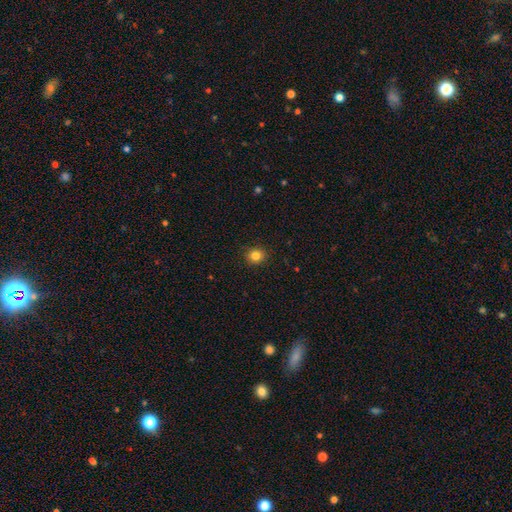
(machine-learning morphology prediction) Q: Smooth or featured?
A: smooth (83%); runner-up: star or artifact (12%)
Q: How rounded?
A: round (84%); runner-up: in between (15%)
Q: Merging?
A: none (90%); runner-up: minor disturbance (7%)